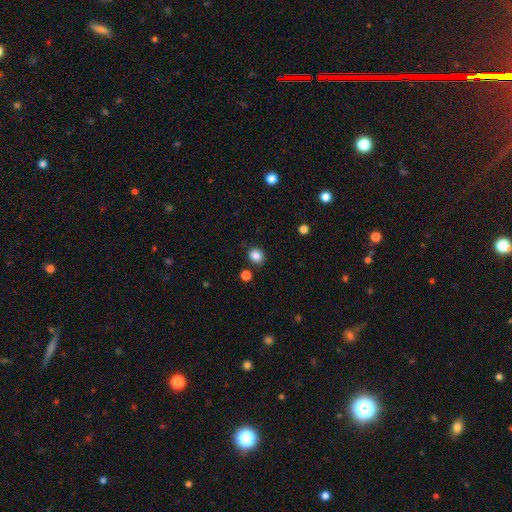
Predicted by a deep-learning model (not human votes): A smooth galaxy with no disk features (86%) that is round (76%).

Vote fractions:
- Smooth or featured? smooth: 86% / star or artifact: 11% / featured or disk: 4%
- How rounded? round: 76% / in between: 23% / cigar-shaped: 1%
- Merging? none: 84% / minor disturbance: 10% / merger: 4% / major disturbance: 3%